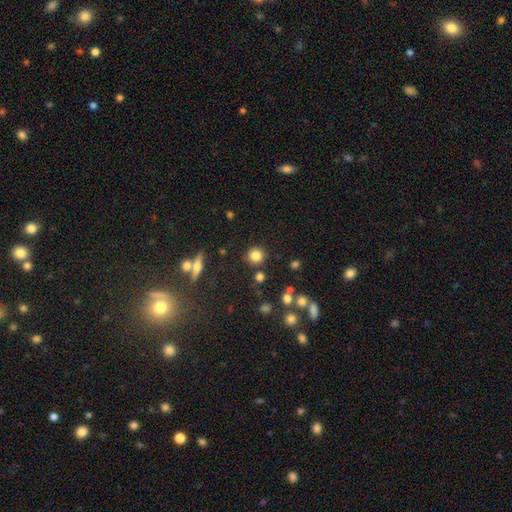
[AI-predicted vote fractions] This appears to be a smooth galaxy with no disk features (81%) that is round (91%). Merging: none (85%).